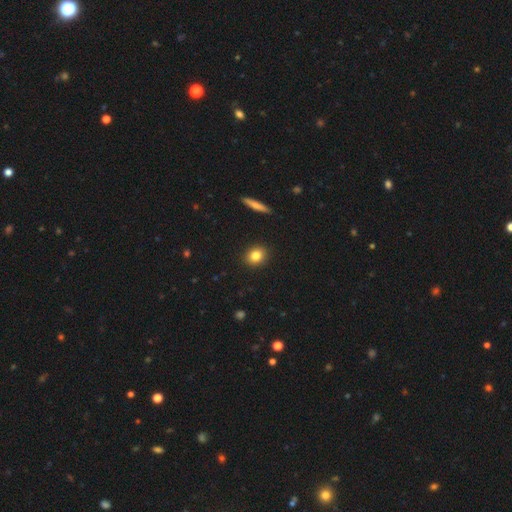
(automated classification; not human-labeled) Smooth or featured? Predicted: smooth (p=0.82). How rounded? Predicted: round (p=0.64). Merging? Predicted: none (p=0.91).